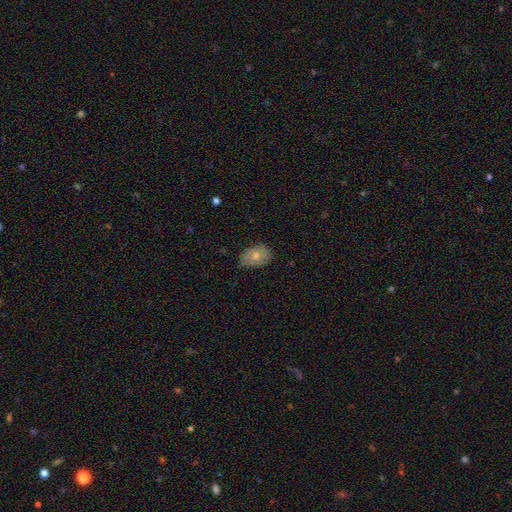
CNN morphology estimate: This appears to be a smooth galaxy with no disk features (69%) that is in between round and cigar-shaped (78%). Merging: none (71%).